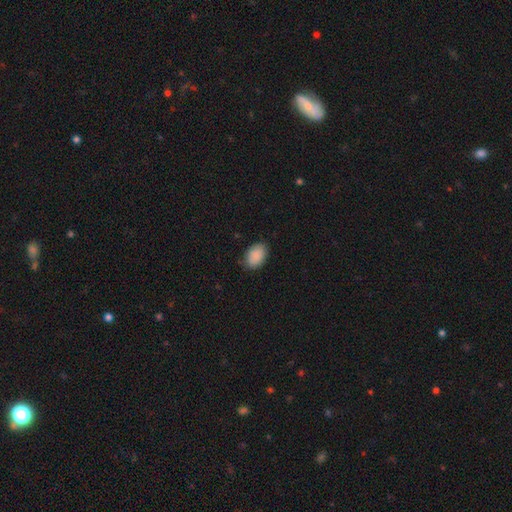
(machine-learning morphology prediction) Overall: smooth (89%). How rounded: in between (84%). Merging: none (80%).